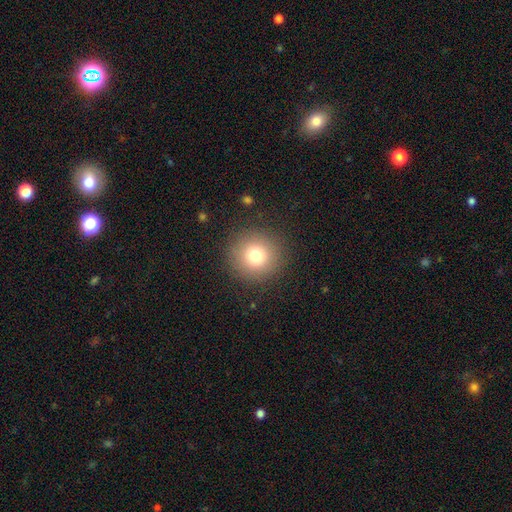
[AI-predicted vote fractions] Smooth or featured? smooth (76%)
How rounded? round (95%)
Merging? none (89%)